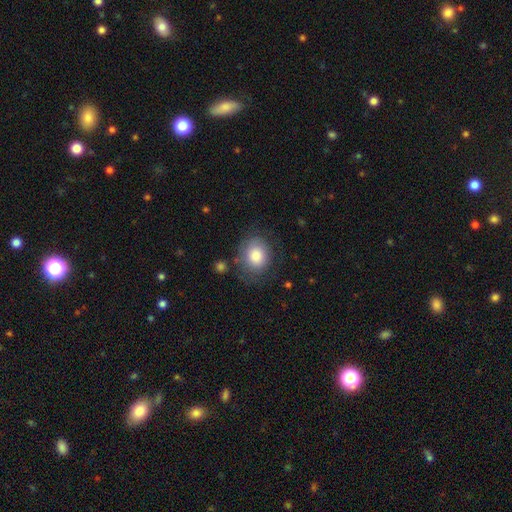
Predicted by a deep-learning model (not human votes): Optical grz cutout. It shows a smooth galaxy with no disk features (82%) that is round (65%). Merging: none (71%).